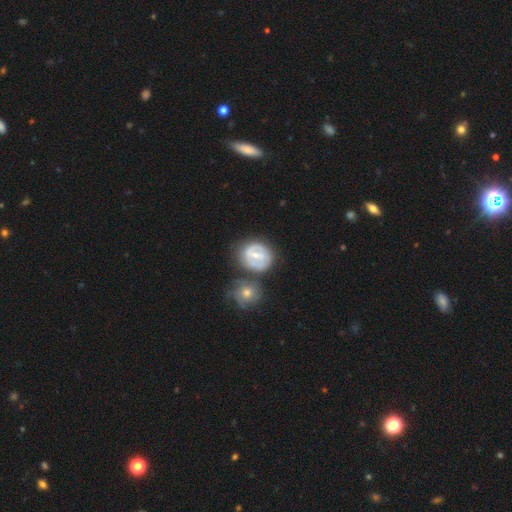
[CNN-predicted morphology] Overall: featured or disk (63%; smooth 31%). Edge-on disk: no (97%). Bar: weak (46%; no 29%). Spiral arms: yes (63%; no 37%). Bulge size: moderate (49%; small 45%). Merging: none (50%; merger 24%).